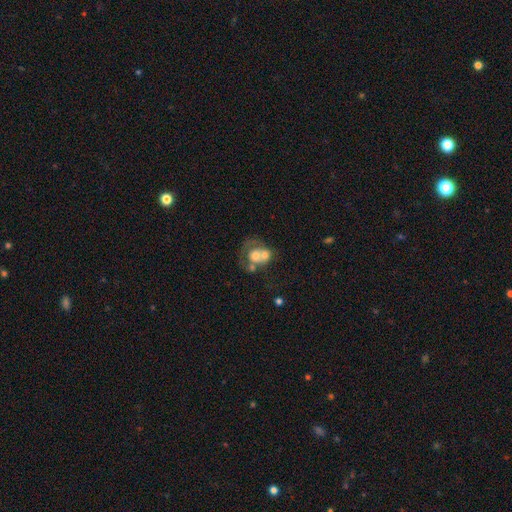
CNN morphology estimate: This is possibly a smooth galaxy (48%). Merging: likely merger (61%).